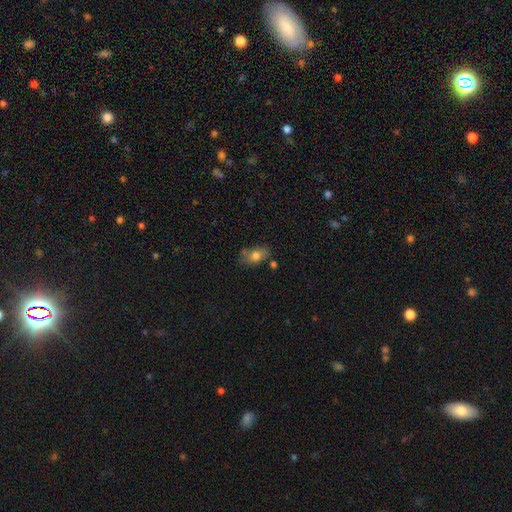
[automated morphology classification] Smooth or featured?
  - smooth: 75% *
  - featured or disk: 16%
  - star or artifact: 9%
How rounded?
  - in between: 85% *
  - round: 11%
  - cigar-shaped: 4%
Merging?
  - none: 66% *
  - minor disturbance: 19%
  - merger: 10%
  - major disturbance: 5%